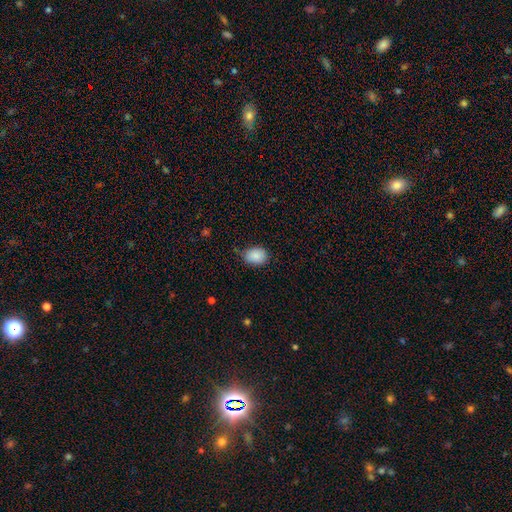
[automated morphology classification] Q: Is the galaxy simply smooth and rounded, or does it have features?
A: smooth — 87%.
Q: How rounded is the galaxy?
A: in between — 59%.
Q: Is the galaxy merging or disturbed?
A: none — 74%.